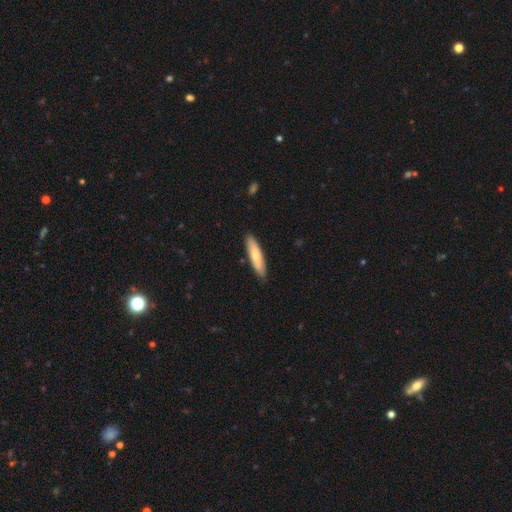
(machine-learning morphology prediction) type=smooth (73%); roundness=cigar-shaped (78%); merging=none (88%).